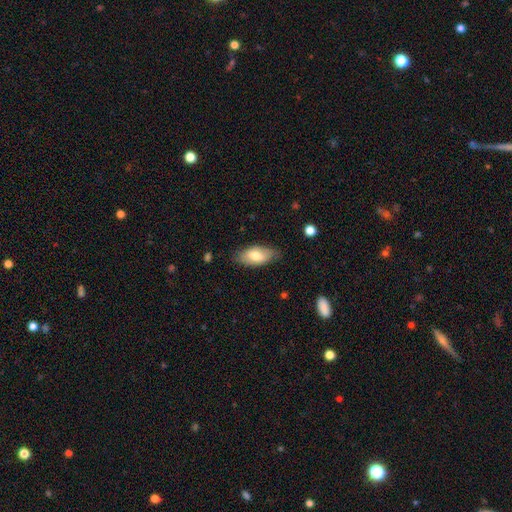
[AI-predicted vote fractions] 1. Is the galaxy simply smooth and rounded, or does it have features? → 71% smooth, 23% featured or disk, 6% star or artifact.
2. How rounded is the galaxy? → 90% in between, 7% cigar-shaped, 3% round.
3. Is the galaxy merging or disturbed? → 77% none, 19% minor disturbance, 4% major disturbance, 1% merger.